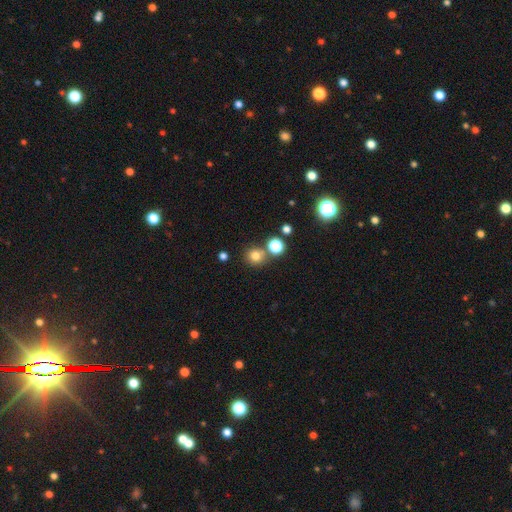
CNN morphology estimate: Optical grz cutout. It shows a smooth galaxy with no disk features (77%) that is round (90%). Merging: none (72%).